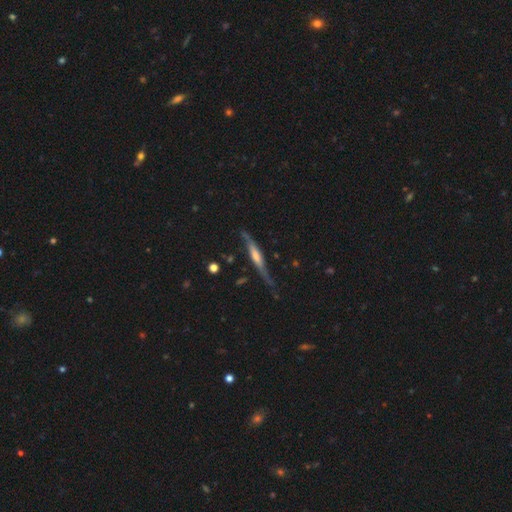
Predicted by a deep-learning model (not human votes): Q: Smooth or featured?
A: featured or disk (73%); runner-up: smooth (21%)
Q: Edge-on disk?
A: yes (89%); runner-up: no (11%)
Q: Edge-on bulge?
A: rounded (51%); runner-up: none (25%)
Q: Merging?
A: none (65%); runner-up: minor disturbance (24%)